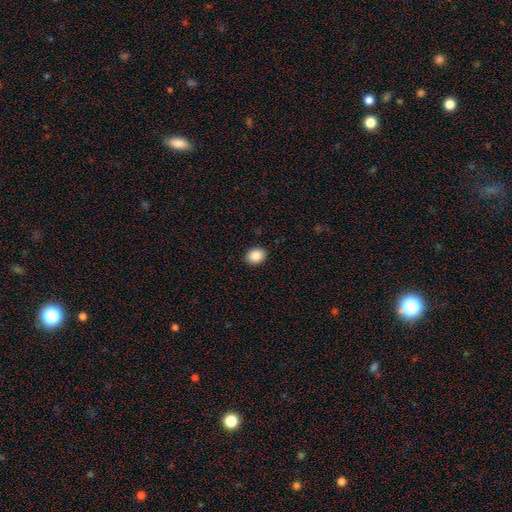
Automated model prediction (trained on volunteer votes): Smooth or featured? Predicted: smooth (p=0.88). How rounded? Predicted: in between (p=0.50). Merging? Predicted: none (p=0.91).